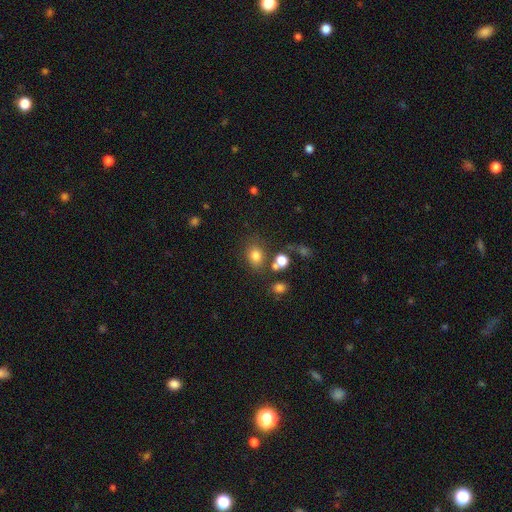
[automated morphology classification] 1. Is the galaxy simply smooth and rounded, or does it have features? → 79% smooth, 13% star or artifact, 8% featured or disk.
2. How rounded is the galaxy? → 54% in between, 45% round, 1% cigar-shaped.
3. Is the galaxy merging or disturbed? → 69% none, 14% minor disturbance, 12% merger, 6% major disturbance.